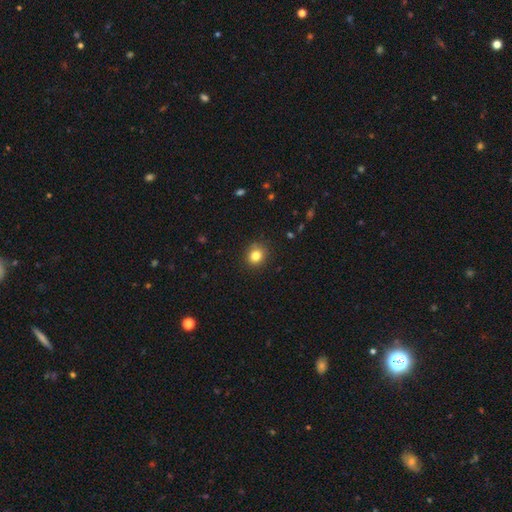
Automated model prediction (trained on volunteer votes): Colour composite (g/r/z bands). It shows a smooth galaxy with no disk features (82%) that is round (82%). Merging: none (89%).